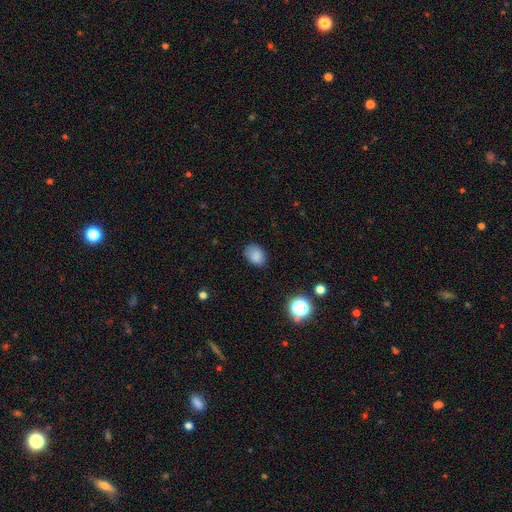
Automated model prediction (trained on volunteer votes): smooth 84%, star or artifact 11%, featured or disk 5%. Down the decision tree: how rounded — in between (70%); merging — none (74%).